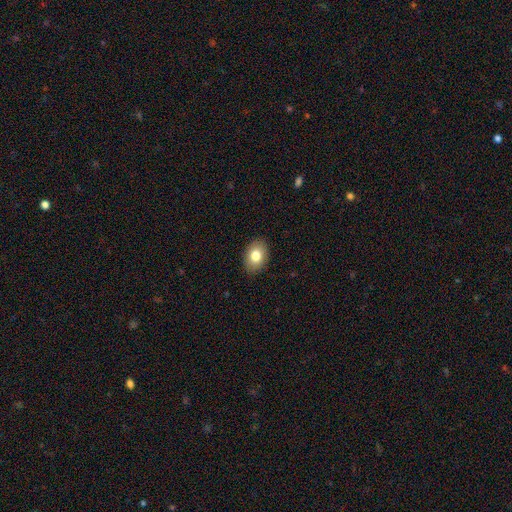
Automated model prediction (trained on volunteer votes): Overall: smooth (80%). How rounded: in between (79%). Merging: none (89%).